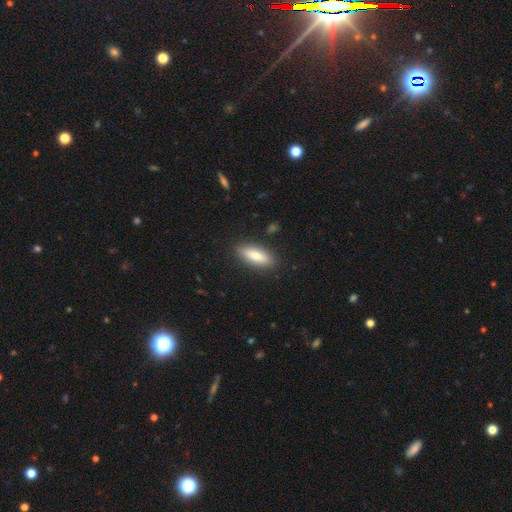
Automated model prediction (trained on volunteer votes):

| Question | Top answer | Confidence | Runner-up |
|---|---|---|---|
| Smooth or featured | smooth | 81% | featured or disk (13%) |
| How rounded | in between | 65% | cigar-shaped (33%) |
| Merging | none | 86% | minor disturbance (10%) |